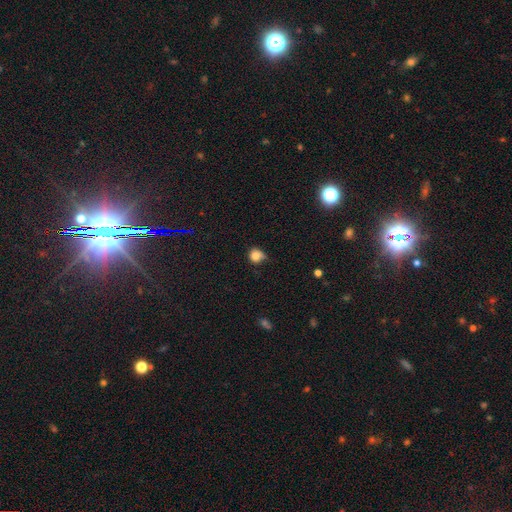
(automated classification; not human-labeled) Smooth or featured?
  - smooth: 79% *
  - star or artifact: 11%
  - featured or disk: 9%
How rounded?
  - round: 80% *
  - in between: 19%
  - cigar-shaped: 1%
Merging?
  - none: 44% *
  - minor disturbance: 39%
  - major disturbance: 13%
  - merger: 3%